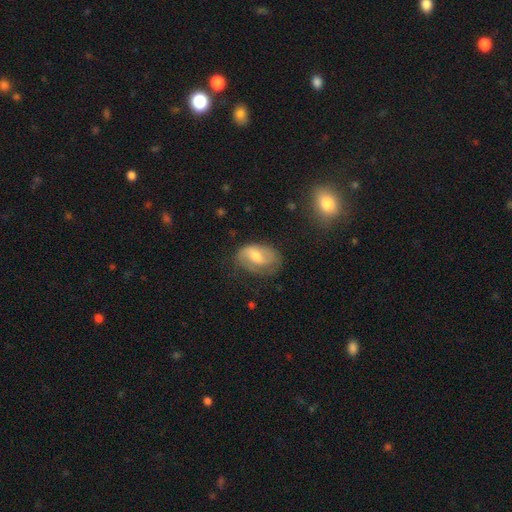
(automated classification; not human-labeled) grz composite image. It shows a featured or disk galaxy (50%). Merging: none (55%).